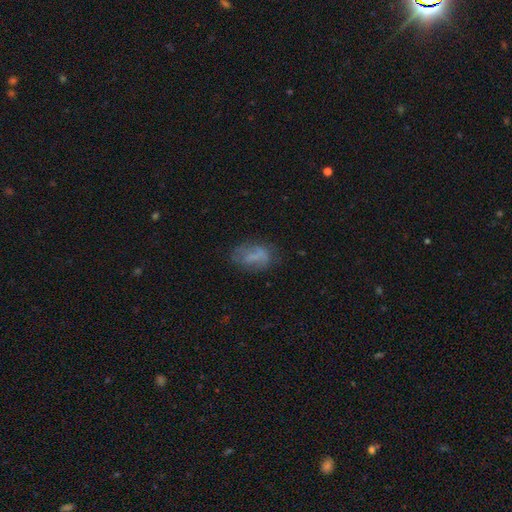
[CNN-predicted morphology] type=smooth (54%); roundness=in between (87%); merging=none (55%).